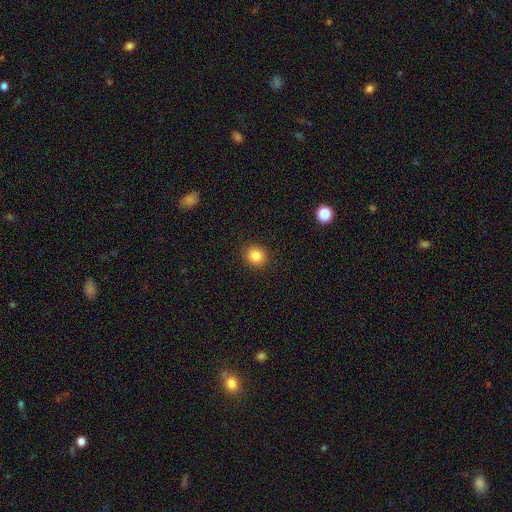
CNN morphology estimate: A smooth galaxy with no disk features (85%) that is round (86%). Merging: none (90%).